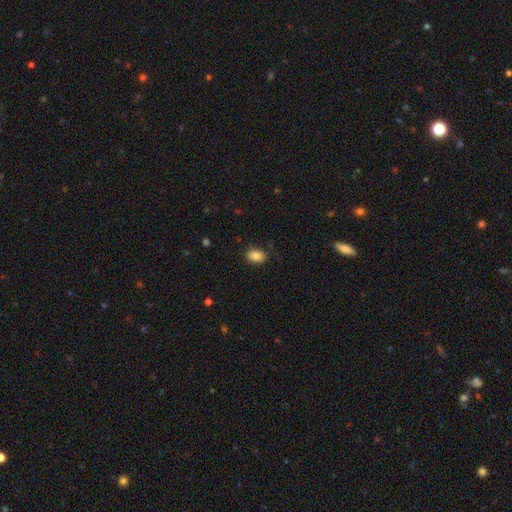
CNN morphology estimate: smooth_or_featured: smooth (p=0.85) [alt: star or artifact p=0.08]
how_rounded: in between (p=0.84) [alt: round p=0.14]
merging: none (p=0.81) [alt: minor disturbance p=0.14]